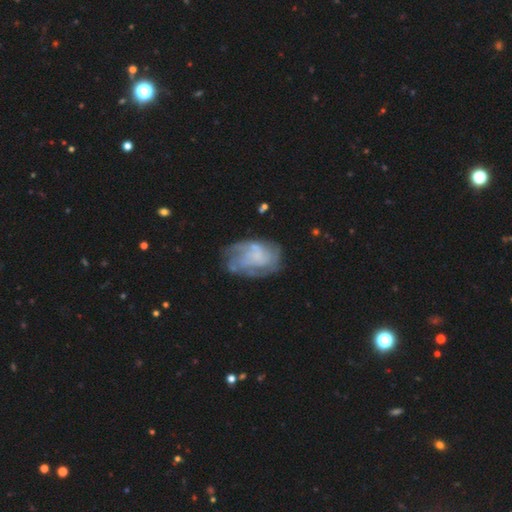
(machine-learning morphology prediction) featured or disk 71%, smooth 21%, star or artifact 8%. Down the decision tree: edge-on disk — no (97%); bar — no (72%); spiral arms — yes (79%); spiral arm count — can't tell (44%); spiral winding — tight (44%); bulge size — none (58%); merging — none (58%).